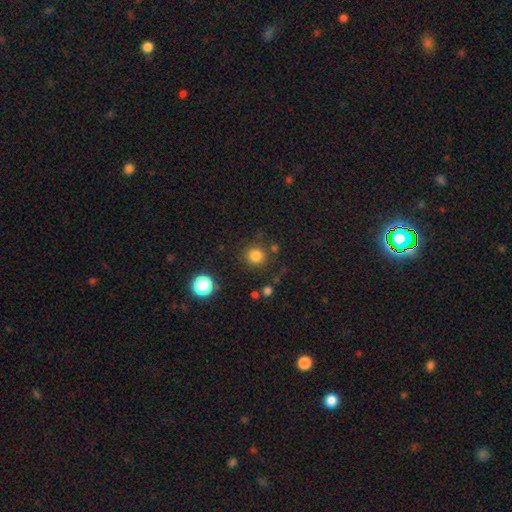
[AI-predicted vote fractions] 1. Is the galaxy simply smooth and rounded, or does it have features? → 81% smooth, 14% star or artifact, 5% featured or disk.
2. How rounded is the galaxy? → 92% round, 7% in between, 1% cigar-shaped.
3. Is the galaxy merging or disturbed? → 85% none, 8% minor disturbance, 4% merger, 3% major disturbance.